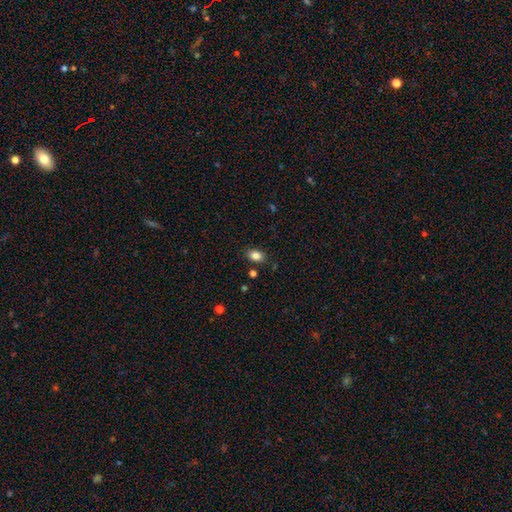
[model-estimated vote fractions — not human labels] This appears to be a smooth galaxy with no disk features (85%) that is in between round and cigar-shaped (83%). Merging: none (85%).